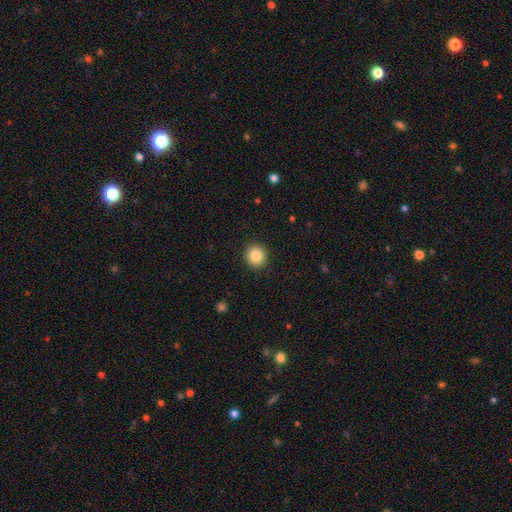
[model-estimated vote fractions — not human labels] Smooth or featured: smooth — 86% (star or artifact — 9%)
How rounded: round — 91% (in between — 8%)
Merging: none — 91% (minor disturbance — 6%)